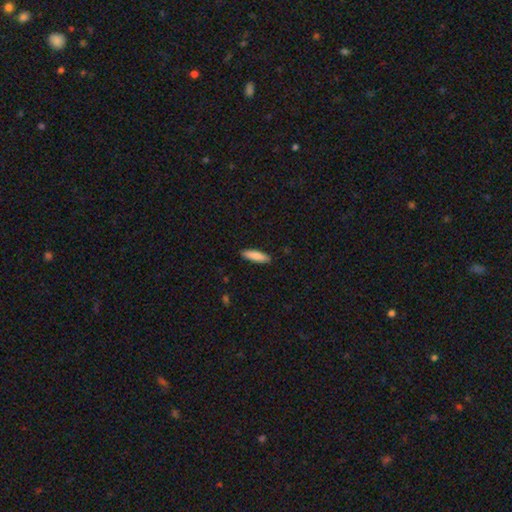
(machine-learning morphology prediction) Smooth or featured?
  - smooth: 85% *
  - featured or disk: 9%
  - star or artifact: 6%
How rounded?
  - cigar-shaped: 64% *
  - in between: 35%
  - round: 1%
Merging?
  - none: 89% *
  - minor disturbance: 8%
  - major disturbance: 2%
  - merger: 1%